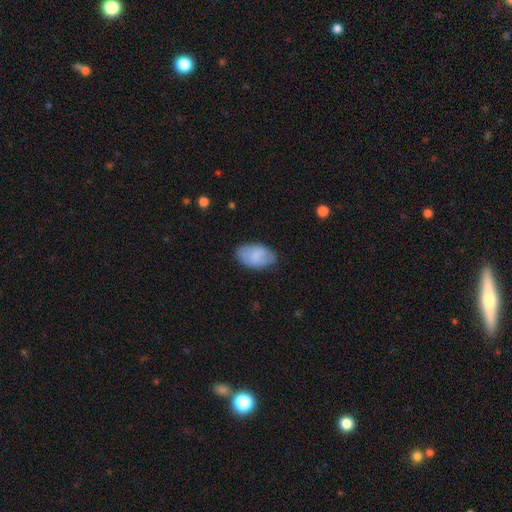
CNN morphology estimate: The model was most divided on "merging": none: 73%, minor disturbance: 21%, major disturbance: 4%, merger: 1%. More confident: how rounded — in between (93%); smooth or featured — smooth (76%).